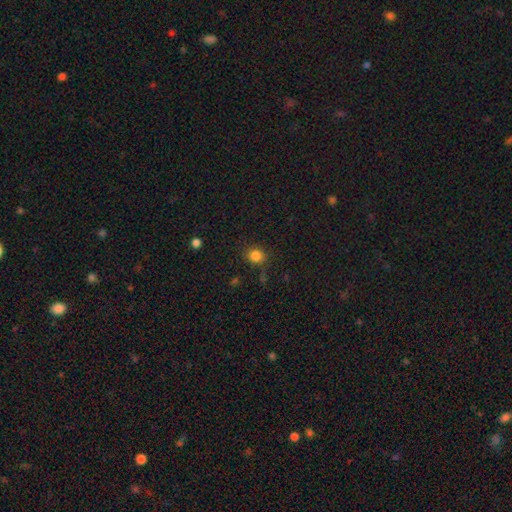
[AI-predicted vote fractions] A smooth galaxy with no disk features (84%) that is round (76%). Merging: none (81%).